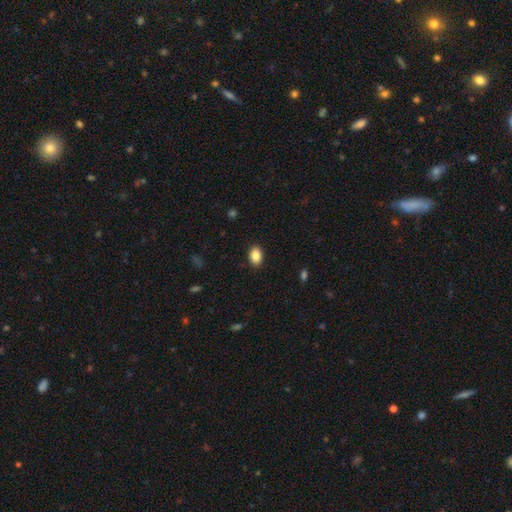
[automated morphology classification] This is clearly a smooth galaxy (87%). How rounded: clearly in between (82%). Merging: clearly none (89%).